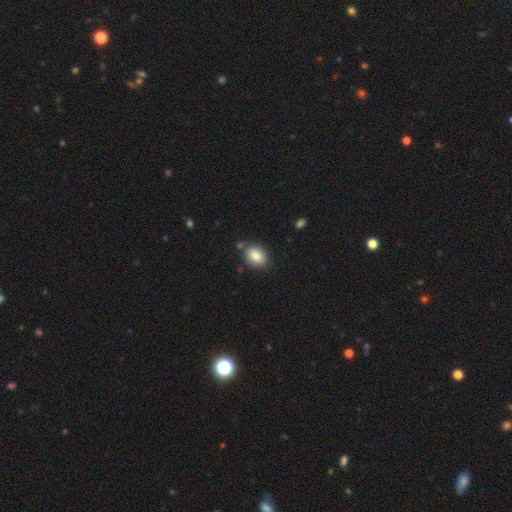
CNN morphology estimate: This is clearly a smooth galaxy (83%). How rounded: possibly in between (50%). Merging: clearly none (81%).